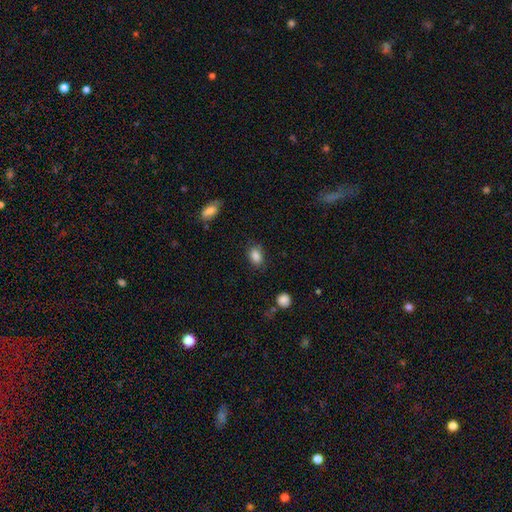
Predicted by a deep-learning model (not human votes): This appears to be a smooth galaxy with no disk features (86%) that is in between round and cigar-shaped (80%). Merging: none (78%).